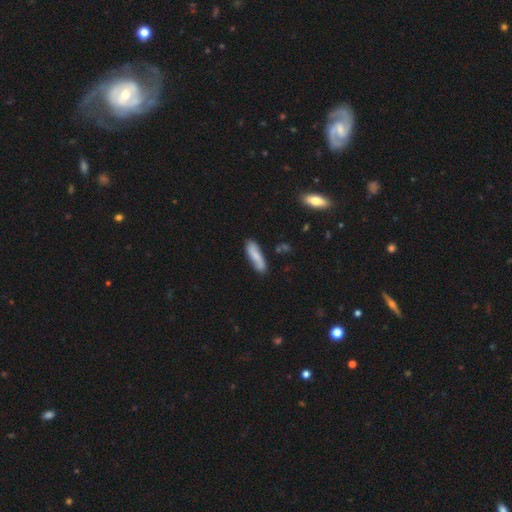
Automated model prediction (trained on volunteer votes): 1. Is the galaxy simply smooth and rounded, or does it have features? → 66% smooth, 28% featured or disk, 6% star or artifact.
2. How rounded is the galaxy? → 60% cigar-shaped, 38% in between, 2% round.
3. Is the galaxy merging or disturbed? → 79% none, 15% minor disturbance, 3% merger, 3% major disturbance.